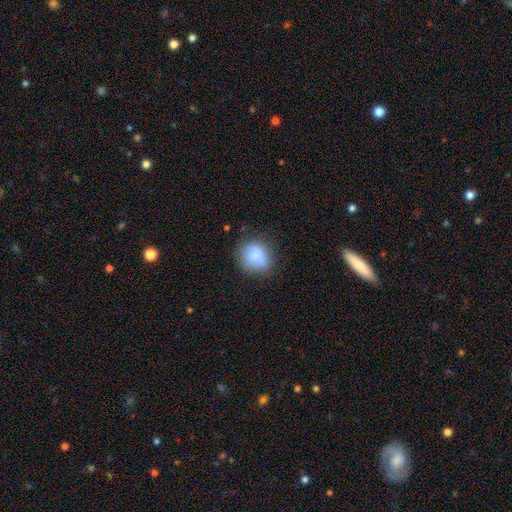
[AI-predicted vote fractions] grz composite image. It shows a smooth galaxy with no disk features (82%) that is round (79%). Merging: none (72%).